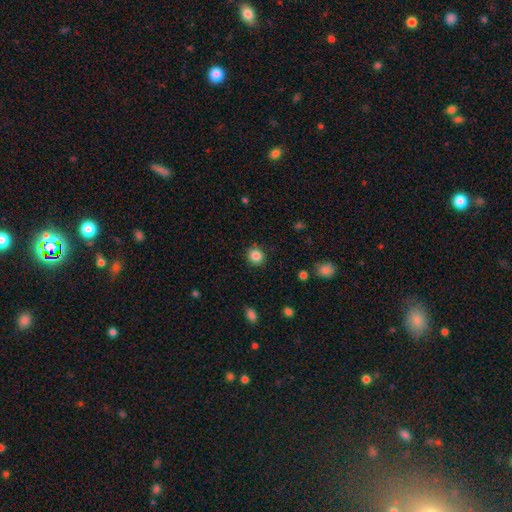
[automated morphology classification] Overall: smooth (85%). How rounded: round (88%). Merging: none (88%).